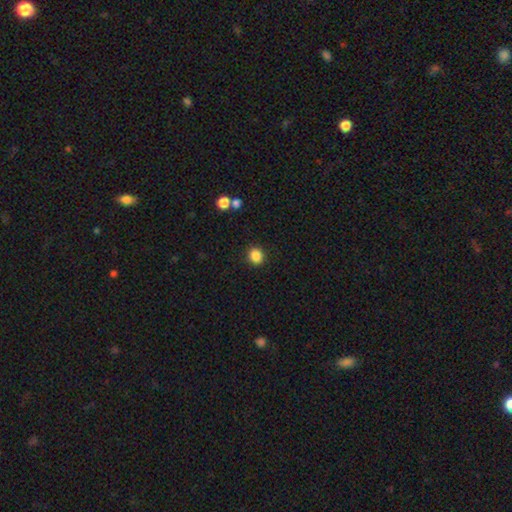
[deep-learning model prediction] The model was most divided on "how rounded": round: 76%, in between: 23%, cigar-shaped: 1%. More confident: merging — none (89%); smooth or featured — smooth (86%).